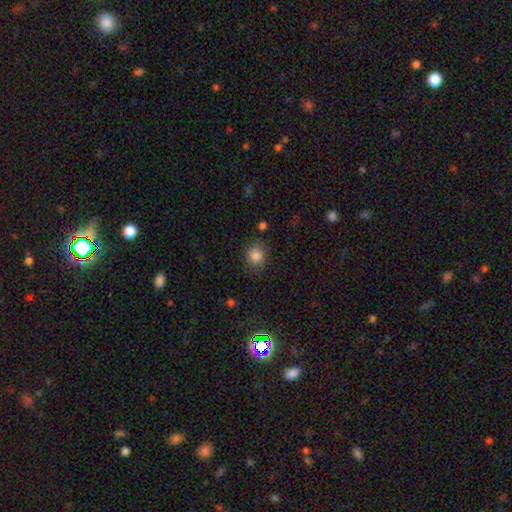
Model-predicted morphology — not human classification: A smooth galaxy with no disk features (84%) that is round (77%).

Vote fractions:
- Smooth or featured? smooth: 84% / star or artifact: 11% / featured or disk: 5%
- How rounded? round: 77% / in between: 22% / cigar-shaped: 1%
- Merging? none: 82% / minor disturbance: 12% / major disturbance: 4% / merger: 2%